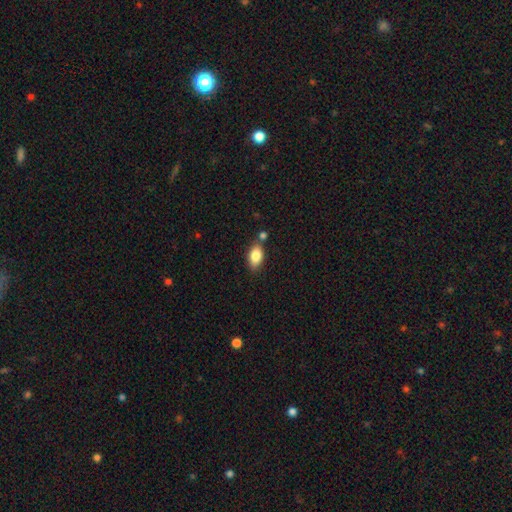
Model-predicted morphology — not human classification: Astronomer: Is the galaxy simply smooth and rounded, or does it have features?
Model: smooth — 83%.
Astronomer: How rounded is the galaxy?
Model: in between — 90%.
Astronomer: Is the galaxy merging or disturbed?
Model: none — 72%.